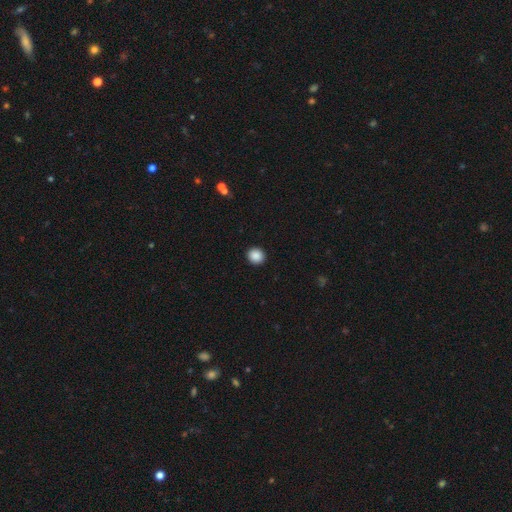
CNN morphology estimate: The model was most divided on "how rounded": round: 86%, in between: 13%, cigar-shaped: 1%. More confident: merging — none (93%); smooth or featured — smooth (88%).